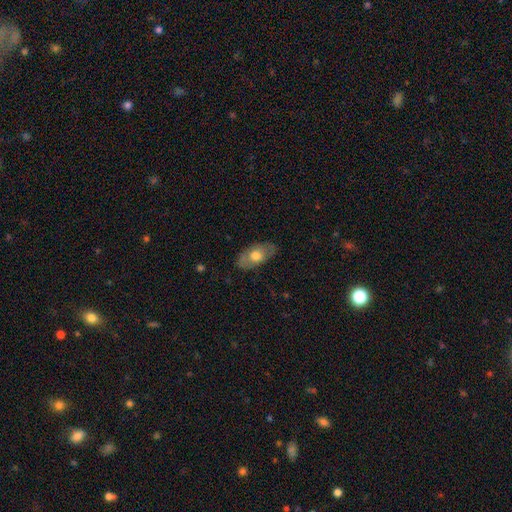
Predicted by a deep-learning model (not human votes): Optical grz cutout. It shows a smooth galaxy with no disk features (61%) that is in between round and cigar-shaped (89%). Merging: none (79%).